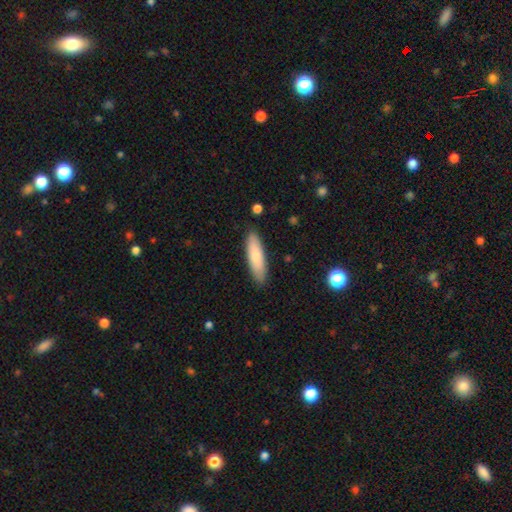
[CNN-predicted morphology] Q: Smooth or featured?
A: smooth (78%); runner-up: featured or disk (16%)
Q: How rounded?
A: cigar-shaped (63%); runner-up: in between (35%)
Q: Merging?
A: none (87%); runner-up: minor disturbance (10%)